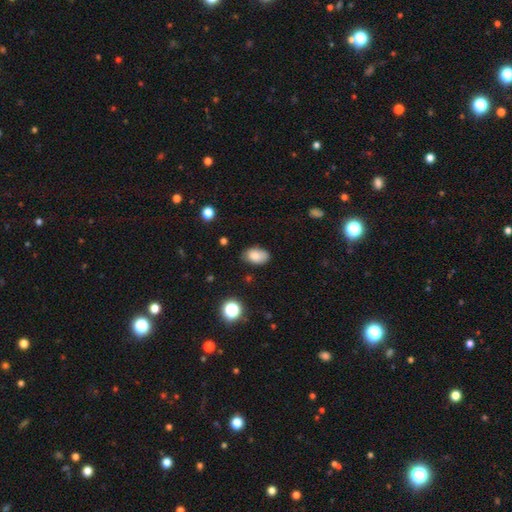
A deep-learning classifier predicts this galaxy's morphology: Q: Smooth or featured?
A: smooth (84%); runner-up: star or artifact (9%)
Q: How rounded?
A: in between (90%); runner-up: round (9%)
Q: Merging?
A: none (75%); runner-up: minor disturbance (20%)